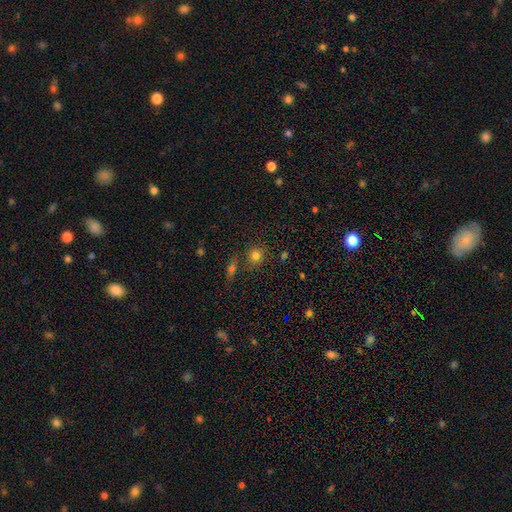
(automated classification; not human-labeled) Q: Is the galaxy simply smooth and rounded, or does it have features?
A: smooth — 78%.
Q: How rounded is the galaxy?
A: round — 81%.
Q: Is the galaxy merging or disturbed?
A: none — 71%.